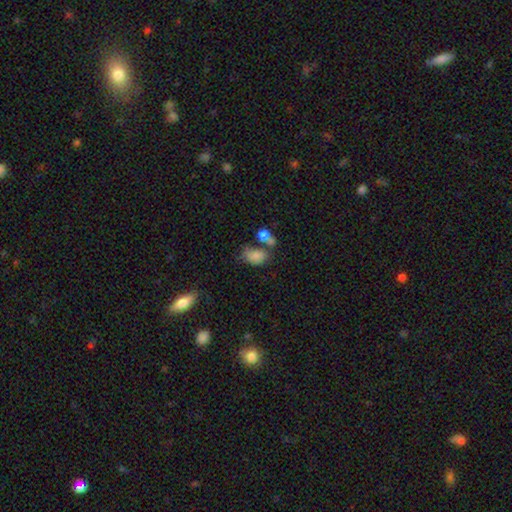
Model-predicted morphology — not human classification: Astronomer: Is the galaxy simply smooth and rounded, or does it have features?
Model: smooth — 77%.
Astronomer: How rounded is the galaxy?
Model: in between — 81%.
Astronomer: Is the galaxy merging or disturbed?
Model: none — 33% (runner-up: merger, 30%).